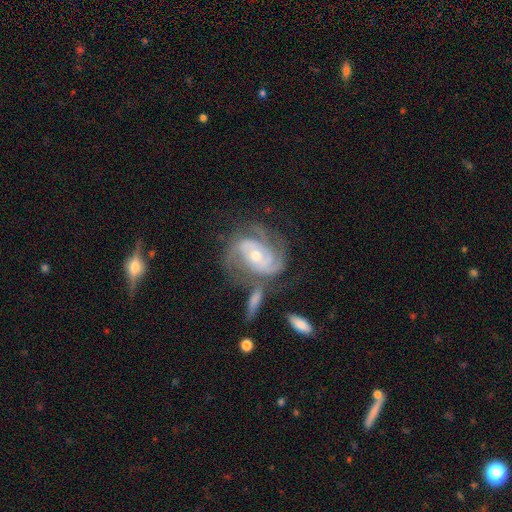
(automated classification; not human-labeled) The model was most divided on "spiral arm count": 2: 37%, 3: 31%, can't tell: 17%, 4: 7%, 1: 4%, more than 4: 4%. More confident: edge-on disk — no (97%); spiral arms — yes (96%); smooth or featured — featured or disk (88%); bar — no (59%); bulge size — moderate (54%); merging — none (53%); spiral winding — tight (53%).